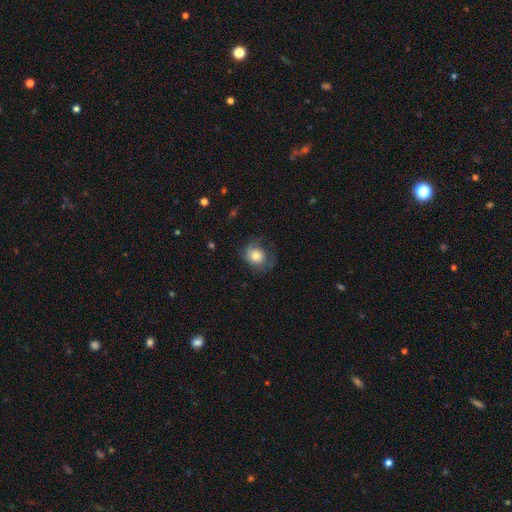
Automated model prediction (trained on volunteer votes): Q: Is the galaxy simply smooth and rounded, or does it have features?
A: smooth — 63%.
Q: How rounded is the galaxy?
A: round — 63%.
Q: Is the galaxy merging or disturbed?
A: none — 55%.